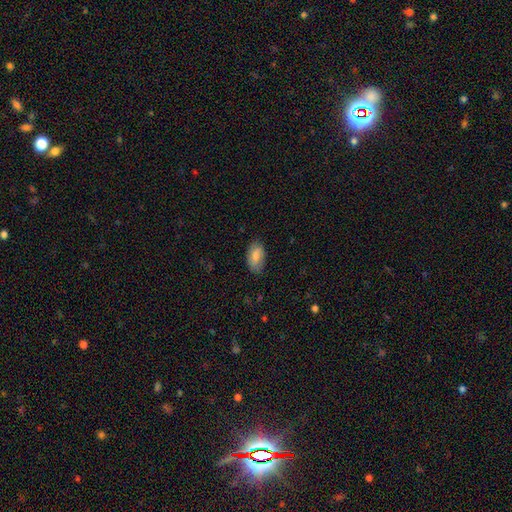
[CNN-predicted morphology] The model was most divided on "merging": none: 78%, minor disturbance: 17%, major disturbance: 3%, merger: 1%. More confident: how rounded — in between (93%); smooth or featured — smooth (79%).